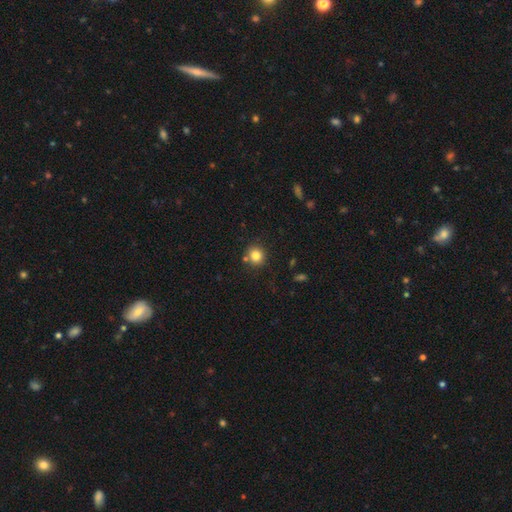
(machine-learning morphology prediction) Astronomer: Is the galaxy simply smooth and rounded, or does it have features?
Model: smooth — 82%.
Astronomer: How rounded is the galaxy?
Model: round — 88%.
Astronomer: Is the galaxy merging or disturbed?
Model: none — 79%.